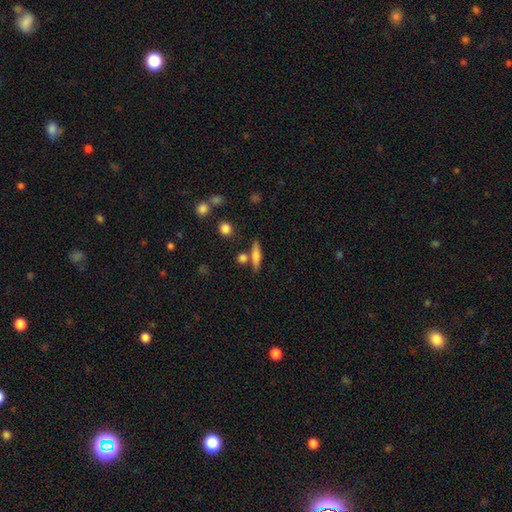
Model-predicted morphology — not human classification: smooth 62%, featured or disk 30%, star or artifact 8%. Down the decision tree: how rounded — cigar-shaped (75%); merging — none (73%).